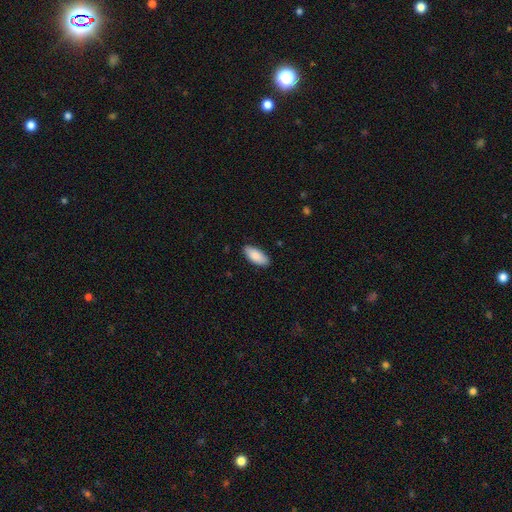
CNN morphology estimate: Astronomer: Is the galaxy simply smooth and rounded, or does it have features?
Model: smooth — 88%.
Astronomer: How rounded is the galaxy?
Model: in between — 86%.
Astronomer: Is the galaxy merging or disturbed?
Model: none — 87%.